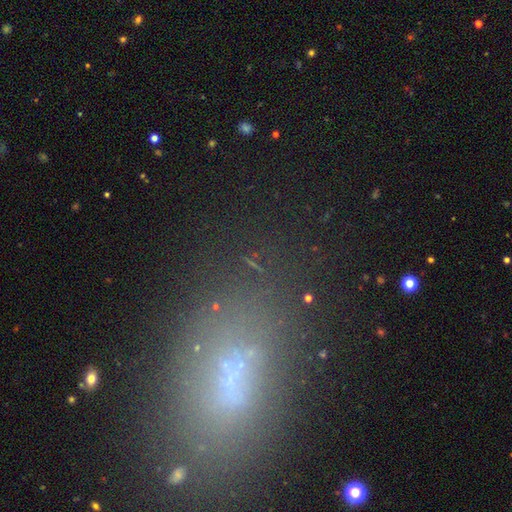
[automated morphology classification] type=smooth (51%); roundness=in between (78%); merging=none (63%).